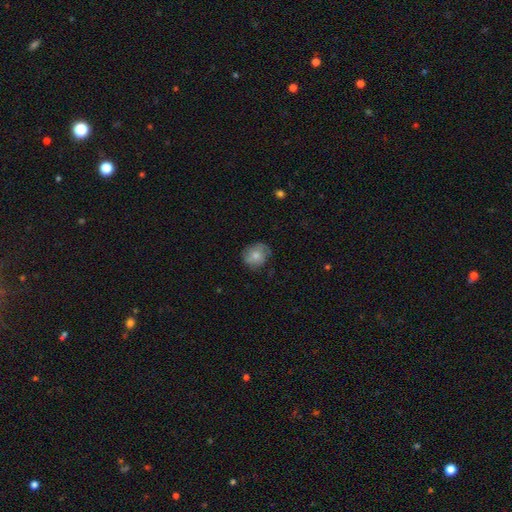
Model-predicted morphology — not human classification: smooth_or_featured: smooth (p=0.67) [alt: featured or disk p=0.25]
how_rounded: round (p=0.78) [alt: in between p=0.21]
merging: none (p=0.68) [alt: minor disturbance p=0.24]